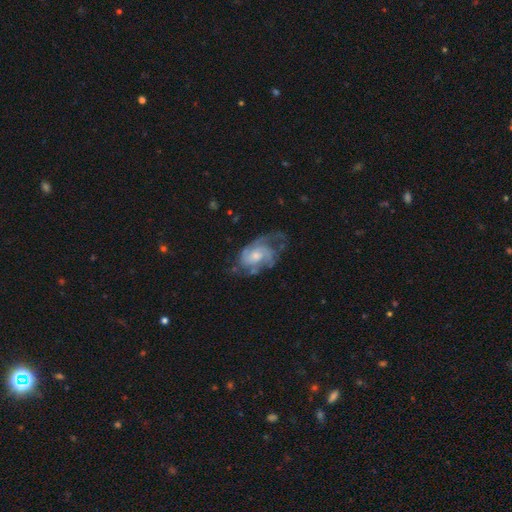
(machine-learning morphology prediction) Smooth or featured: featured or disk — 82% (smooth — 12%)
Edge-on disk: no — 97% (yes — 3%)
Bar: no — 65% (weak — 30%)
Spiral arms: yes — 93% (no — 7%)
Spiral winding: medium — 44% (tight — 39%)
Spiral arm count: 2 — 44% (can't tell — 23%)
Bulge size: moderate — 46% (small — 42%)
Merging: none — 50% (major disturbance — 25%)